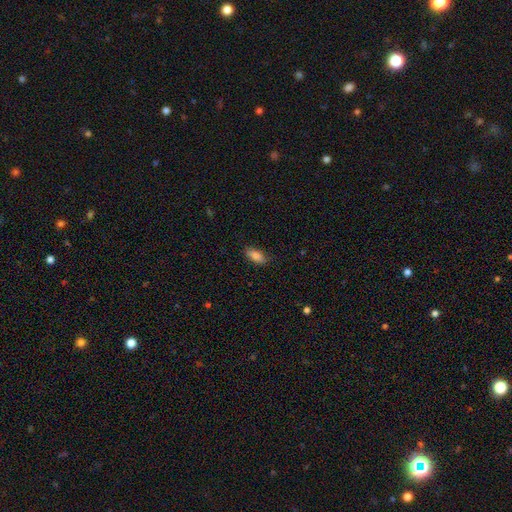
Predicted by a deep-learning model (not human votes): A smooth galaxy with no disk features (83%) that is in between round and cigar-shaped (81%). Merging: none (84%).